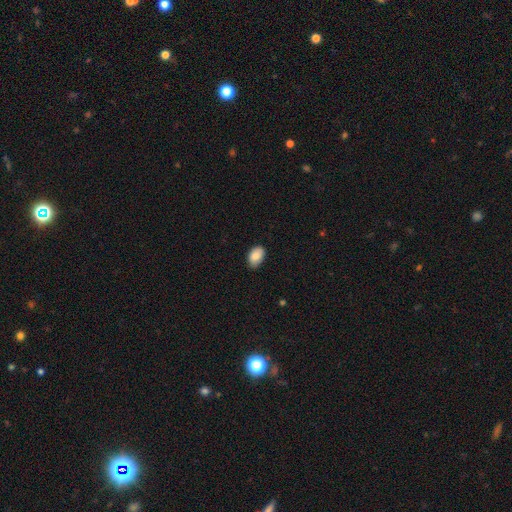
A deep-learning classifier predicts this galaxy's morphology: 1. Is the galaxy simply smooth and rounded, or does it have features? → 86% smooth, 8% featured or disk, 7% star or artifact.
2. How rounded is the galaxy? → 90% in between, 9% round, 1% cigar-shaped.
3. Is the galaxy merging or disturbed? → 83% none, 13% minor disturbance, 2% major disturbance, 1% merger.